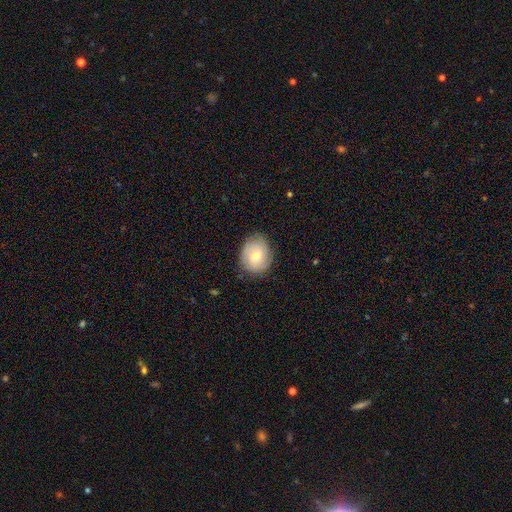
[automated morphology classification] Smooth or featured?
  - smooth: 63% *
  - featured or disk: 30%
  - star or artifact: 7%
How rounded?
  - round: 56% *
  - in between: 43%
  - cigar-shaped: 1%
Merging?
  - none: 78% *
  - minor disturbance: 17%
  - major disturbance: 4%
  - merger: 1%